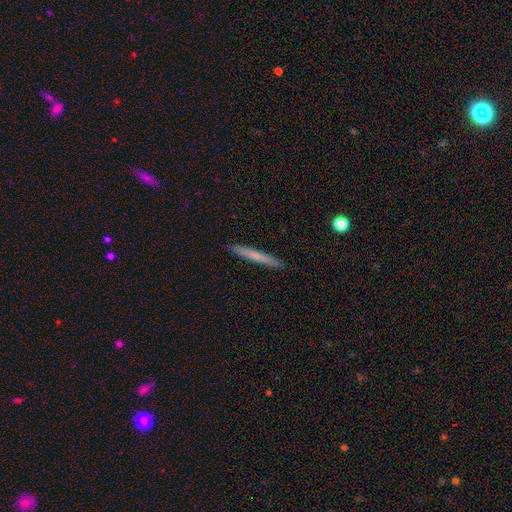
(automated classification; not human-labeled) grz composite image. It shows a smooth galaxy with no disk features (58%) that is cigar-shaped (96%). Merging: none (91%).